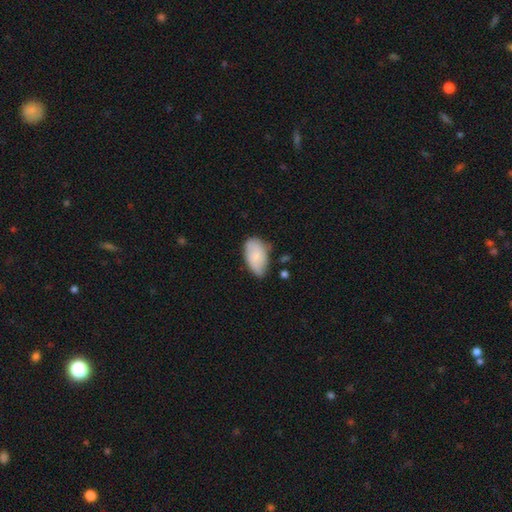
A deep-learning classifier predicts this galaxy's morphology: Smooth or featured?
  - smooth: 81% *
  - featured or disk: 13%
  - star or artifact: 6%
How rounded?
  - in between: 94% *
  - round: 5%
  - cigar-shaped: 2%
Merging?
  - none: 53% *
  - minor disturbance: 36%
  - major disturbance: 7%
  - merger: 3%